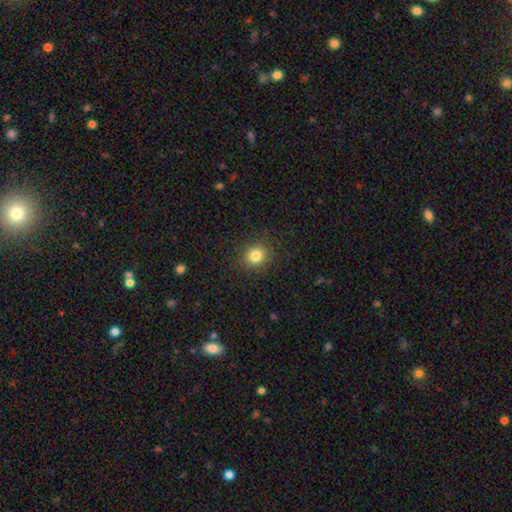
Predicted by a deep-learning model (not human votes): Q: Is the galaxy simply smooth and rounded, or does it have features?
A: smooth — 83%.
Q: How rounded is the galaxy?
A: round — 79%.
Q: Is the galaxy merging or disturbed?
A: none — 89%.